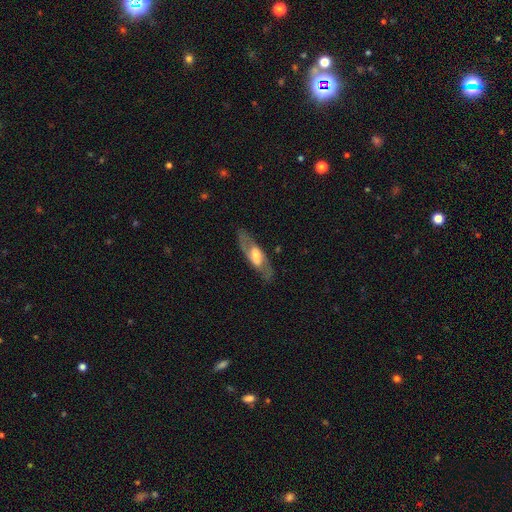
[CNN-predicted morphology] A featured or disk galaxy (66%).

Vote fractions:
- Smooth or featured? featured or disk: 66% / smooth: 29% / star or artifact: 5%
- Edge-on disk? no: 72% / yes: 28%
- Merging? none: 81% / minor disturbance: 12% / major disturbance: 6% / merger: 1%